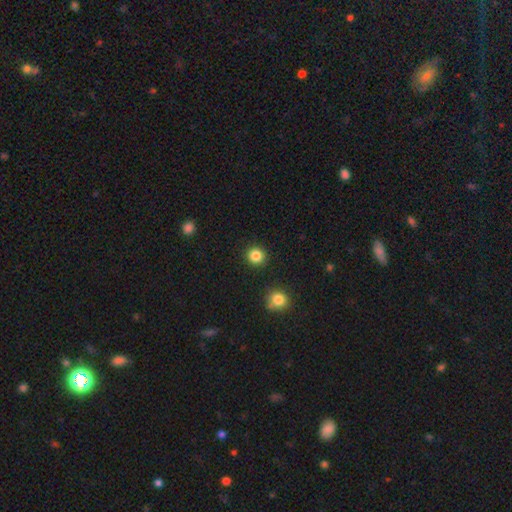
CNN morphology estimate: type=smooth (84%); roundness=round (93%); merging=none (92%).